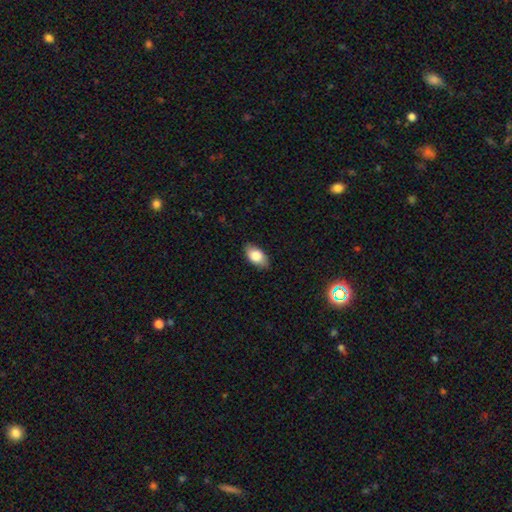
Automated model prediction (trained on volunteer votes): Overall: smooth (81%). How rounded: in between (92%). Merging: none (84%).